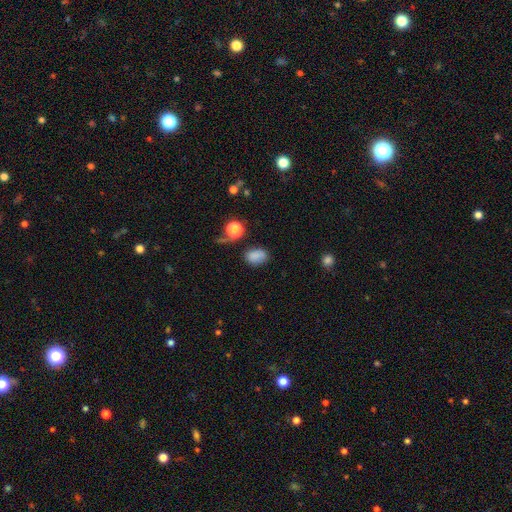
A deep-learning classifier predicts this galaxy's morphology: A smooth galaxy with no disk features (81%) that is in between round and cigar-shaped (78%). Merging: none (69%).